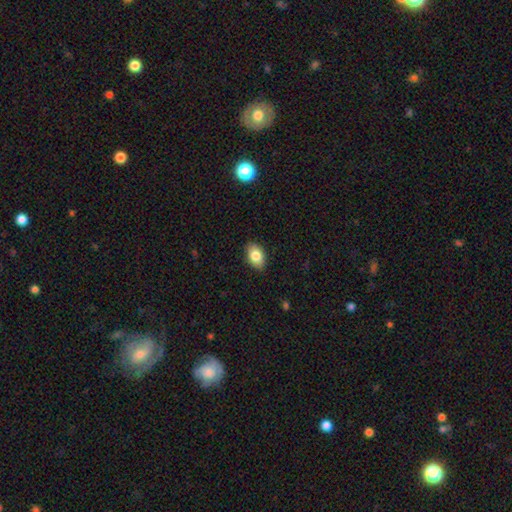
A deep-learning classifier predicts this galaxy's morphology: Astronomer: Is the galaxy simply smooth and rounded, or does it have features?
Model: smooth — 82%.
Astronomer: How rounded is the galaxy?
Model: in between — 88%.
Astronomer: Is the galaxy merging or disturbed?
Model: none — 87%.